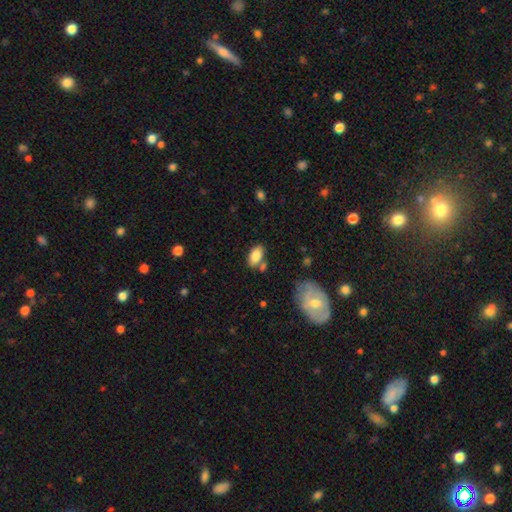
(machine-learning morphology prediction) This is clearly a smooth galaxy (85%). How rounded: clearly in between (92%). Merging: likely none (67%).